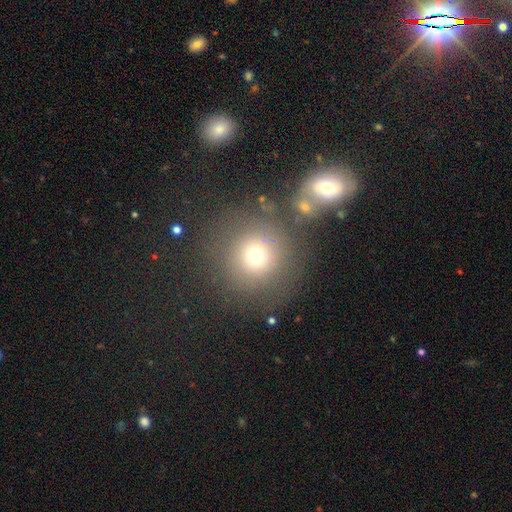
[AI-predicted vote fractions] A smooth galaxy with no disk features (71%) that is round (93%).

Vote fractions:
- Smooth or featured? smooth: 71% / star or artifact: 17% / featured or disk: 12%
- How rounded? round: 93% / in between: 6% / cigar-shaped: 1%
- Merging? none: 72% / merger: 10% / minor disturbance: 10% / major disturbance: 7%